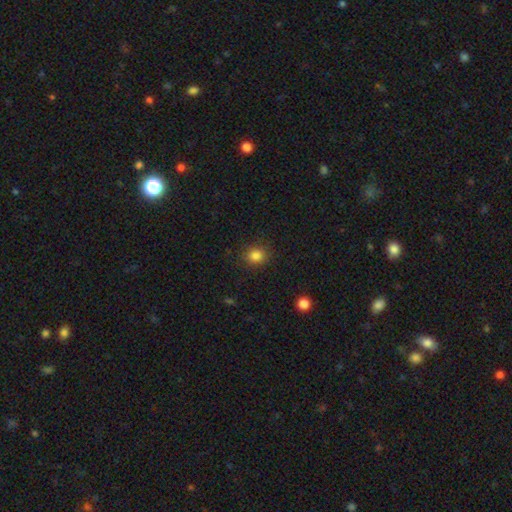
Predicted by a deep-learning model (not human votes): A smooth galaxy with no disk features (84%) that is round (82%).

Vote fractions:
- Smooth or featured? smooth: 84% / star or artifact: 12% / featured or disk: 4%
- How rounded? round: 82% / in between: 17% / cigar-shaped: 1%
- Merging? none: 88% / minor disturbance: 8% / major disturbance: 3% / merger: 1%